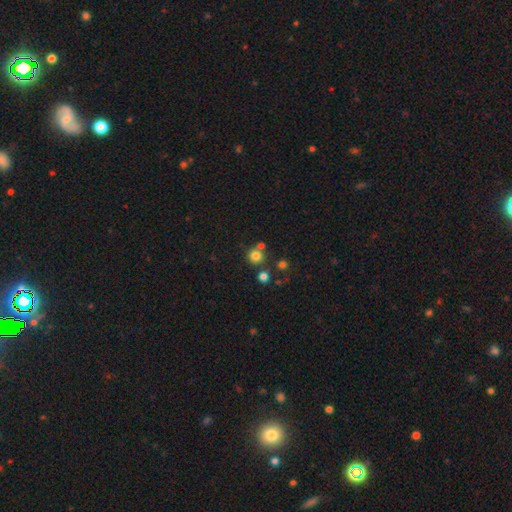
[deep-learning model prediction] Morphology: type=smooth (78%); roundness=round (92%); merging=none (72%).